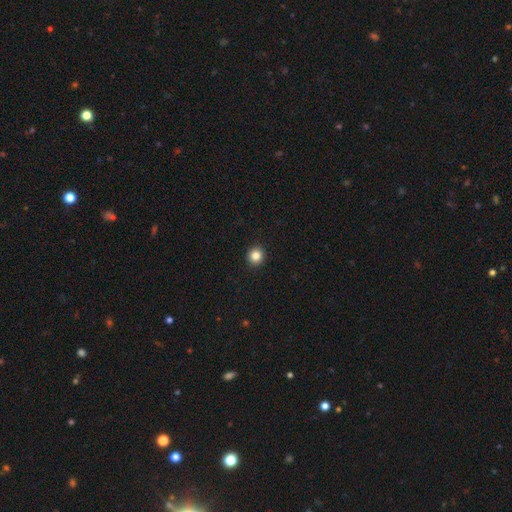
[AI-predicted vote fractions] Smooth or featured?
  - smooth: 85% *
  - star or artifact: 11%
  - featured or disk: 5%
How rounded?
  - round: 90% *
  - in between: 9%
  - cigar-shaped: 1%
Merging?
  - none: 93% *
  - minor disturbance: 4%
  - major disturbance: 1%
  - merger: 1%